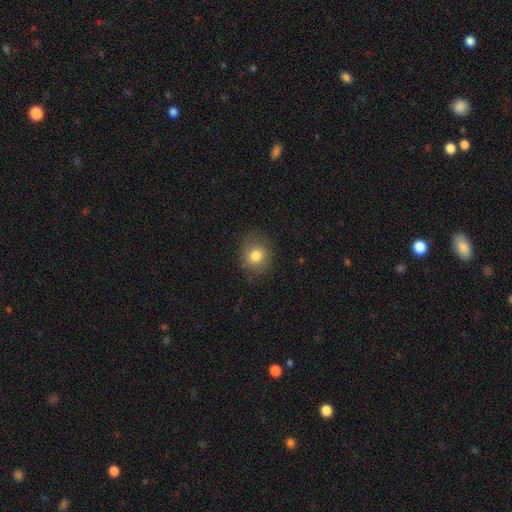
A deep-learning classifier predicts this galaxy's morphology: smooth 80%, star or artifact 10%, featured or disk 9%. Down the decision tree: how rounded — round (74%); merging — none (84%).